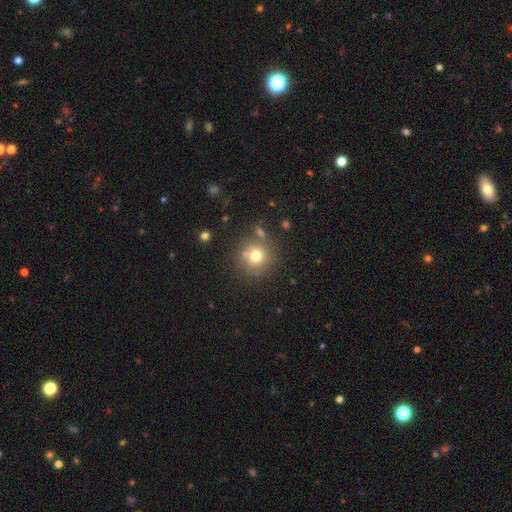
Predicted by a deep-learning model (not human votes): A smooth galaxy with no disk features (73%) that is round (92%).

Vote fractions:
- Smooth or featured? smooth: 73% / star or artifact: 14% / featured or disk: 12%
- How rounded? round: 92% / in between: 7% / cigar-shaped: 1%
- Merging? none: 75% / minor disturbance: 11% / merger: 9% / major disturbance: 4%